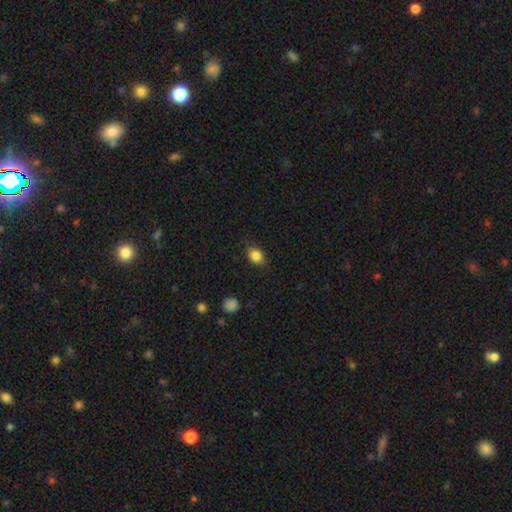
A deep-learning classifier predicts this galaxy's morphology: type=smooth (85%); roundness=in between (63%); merging=none (79%).